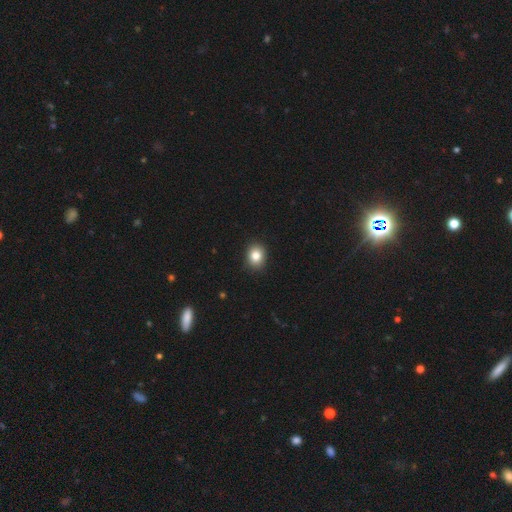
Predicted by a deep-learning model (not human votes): Smooth or featured? smooth (83%)
How rounded? round (59%)
Merging? none (90%)